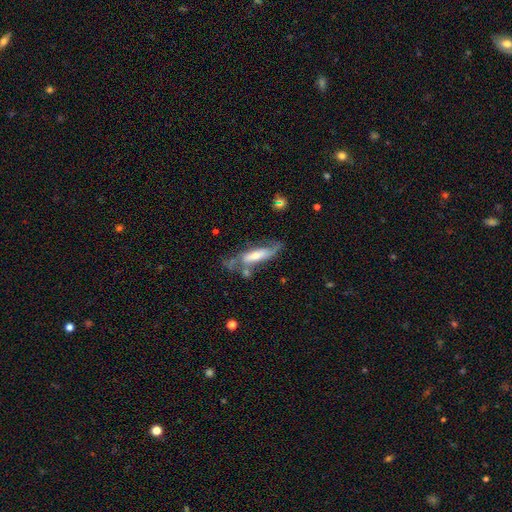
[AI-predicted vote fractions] A featured or disk galaxy (59%). Merging: none (45%).